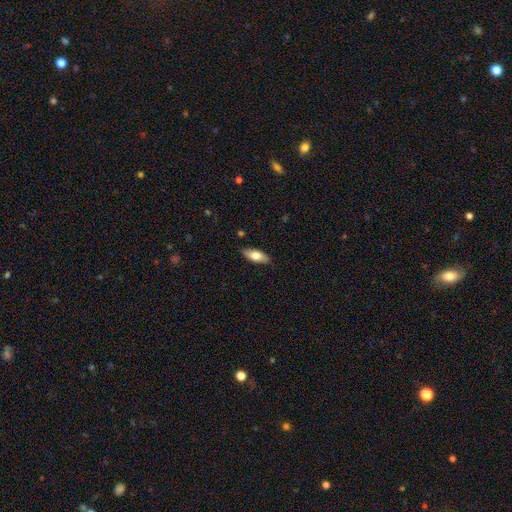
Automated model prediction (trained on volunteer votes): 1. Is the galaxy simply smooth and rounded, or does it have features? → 68% smooth, 26% featured or disk, 6% star or artifact.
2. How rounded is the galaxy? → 74% in between, 23% cigar-shaped, 3% round.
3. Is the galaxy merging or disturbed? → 86% none, 11% minor disturbance, 2% major disturbance, 1% merger.